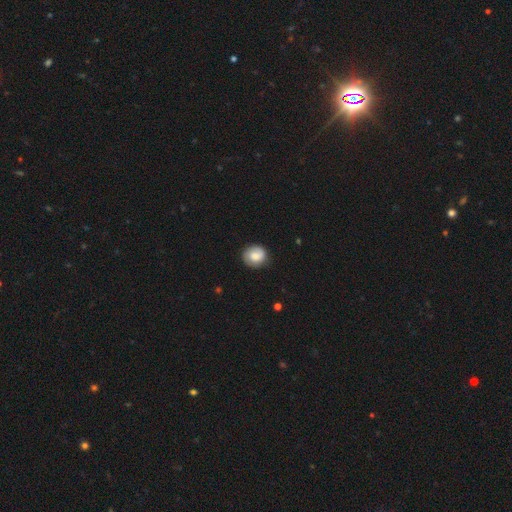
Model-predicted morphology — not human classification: A smooth galaxy with no disk features (60%) that is round (83%). Merging: none (81%).